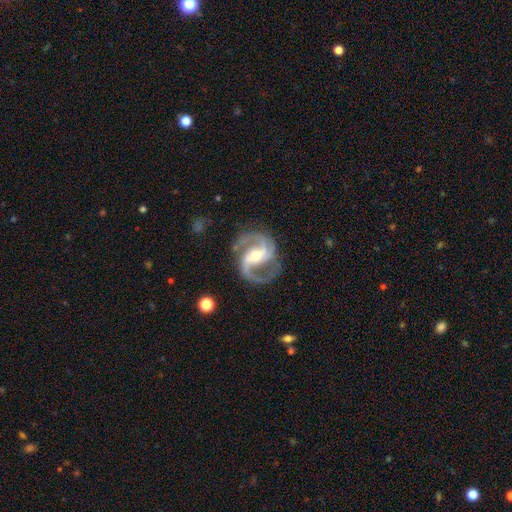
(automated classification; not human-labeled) Smooth or featured?
  - featured or disk: 93% *
  - star or artifact: 4%
  - smooth: 3%
Edge-on disk?
  - no: 98% *
  - yes: 2%
Bar?
  - strong: 42% *
  - weak: 39%
  - no: 19%
Spiral arms?
  - yes: 98% *
  - no: 2%
Spiral winding?
  - medium: 62% *
  - loose: 19%
  - tight: 18%
Spiral arm count?
  - 2: 71% *
  - 3: 19%
  - can't tell: 3%
  - 4: 2%
  - 1: 2%
  - more than 4: 2%
Bulge size?
  - moderate: 54% *
  - small: 41%
  - large: 3%
  - none: 1%
  - dominant: 1%
Merging?
  - none: 77% *
  - minor disturbance: 14%
  - major disturbance: 7%
  - merger: 2%